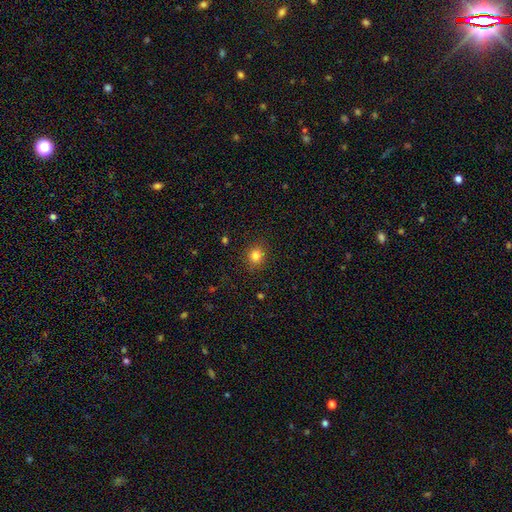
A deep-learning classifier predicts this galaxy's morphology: smooth_or_featured: smooth (p=0.82) [alt: star or artifact p=0.12]
how_rounded: round (p=0.81) [alt: in between p=0.18]
merging: none (p=0.89) [alt: minor disturbance p=0.08]